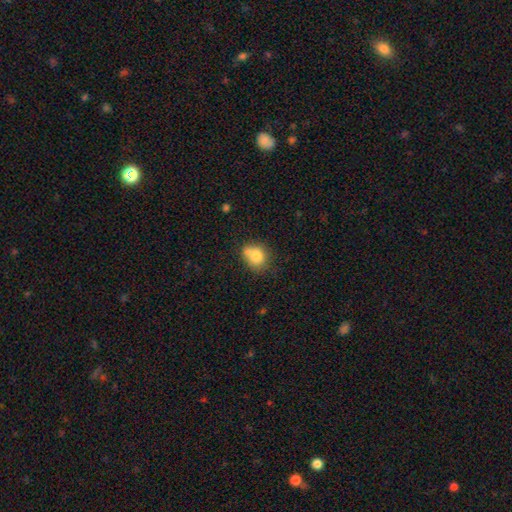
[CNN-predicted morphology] smooth 78%, featured or disk 12%, star or artifact 10%. Down the decision tree: how rounded — round (71%); merging — none (51%).